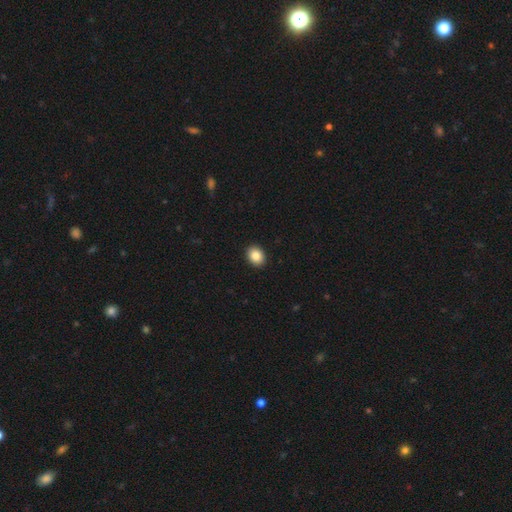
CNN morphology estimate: smooth_or_featured: smooth (p=0.86) [alt: star or artifact p=0.09]
how_rounded: in between (p=0.54) [alt: round p=0.46]
merging: none (p=0.92) [alt: minor disturbance p=0.05]